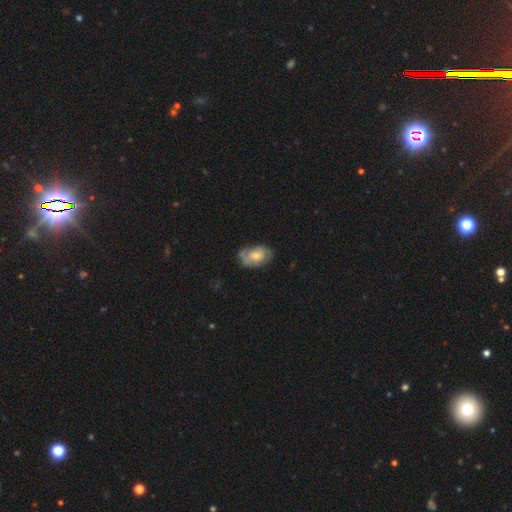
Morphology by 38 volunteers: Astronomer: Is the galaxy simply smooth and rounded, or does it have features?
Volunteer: featured or disk — 53% (runner-up: smooth, 45%).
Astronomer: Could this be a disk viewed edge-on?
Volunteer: no — 100%.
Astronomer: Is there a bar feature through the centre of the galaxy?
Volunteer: no — 75%.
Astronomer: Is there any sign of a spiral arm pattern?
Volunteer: yes — 100%.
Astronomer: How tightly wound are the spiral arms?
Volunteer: tight — 50% (runner-up: loose, 30%).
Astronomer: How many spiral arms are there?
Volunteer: can't tell — 50% (runner-up: 2, 30%).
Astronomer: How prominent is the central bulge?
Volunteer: small — 50% (runner-up: moderate, 30%).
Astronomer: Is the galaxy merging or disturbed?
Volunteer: none — 62%.